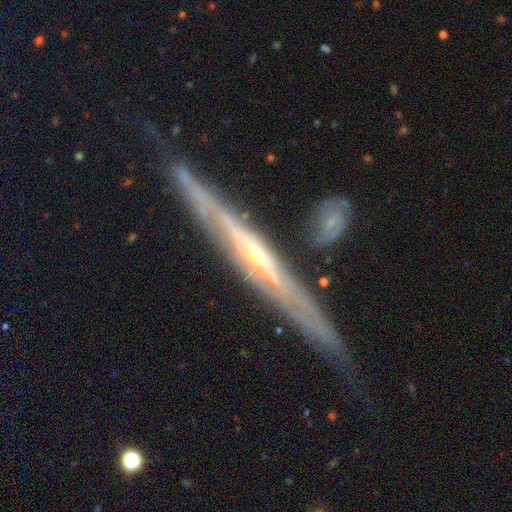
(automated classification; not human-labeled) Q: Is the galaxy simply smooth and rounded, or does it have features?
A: featured or disk — 85%.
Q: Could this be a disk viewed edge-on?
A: yes — 86%.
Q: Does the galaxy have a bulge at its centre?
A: rounded — 65%.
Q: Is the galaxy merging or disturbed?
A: none — 76%.